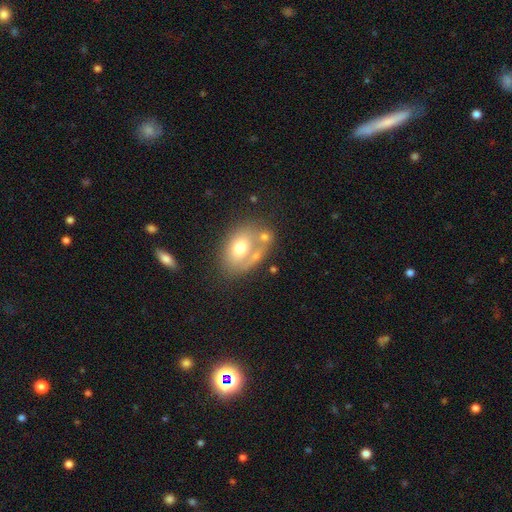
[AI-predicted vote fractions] smooth_or_featured: smooth (p=0.53) [alt: featured or disk p=0.32]
how_rounded: in between (p=0.69) [alt: round p=0.30]
merging: none (p=0.42) [alt: merger p=0.35]